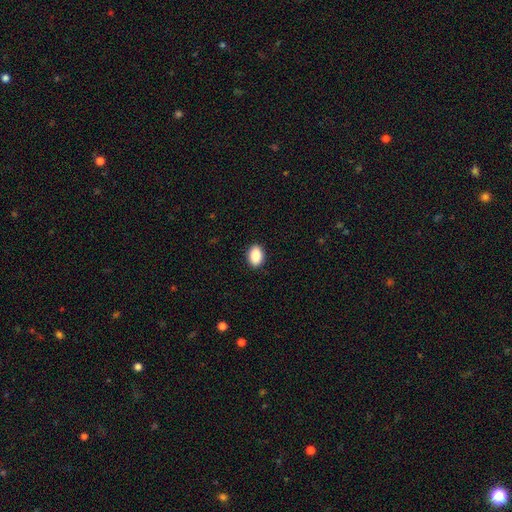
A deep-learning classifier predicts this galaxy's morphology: Q: Smooth or featured?
A: smooth (90%); runner-up: star or artifact (7%)
Q: How rounded?
A: in between (82%); runner-up: round (17%)
Q: Merging?
A: none (90%); runner-up: minor disturbance (7%)